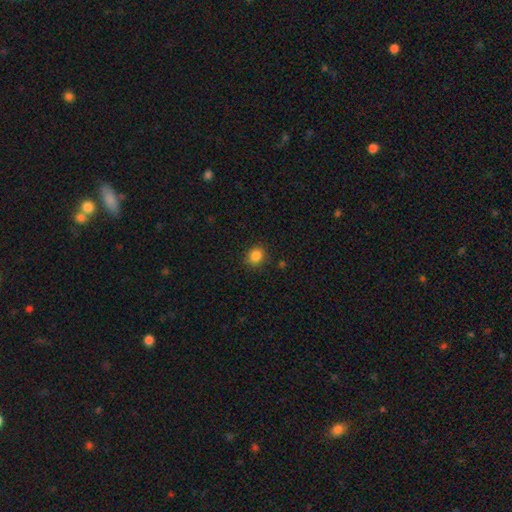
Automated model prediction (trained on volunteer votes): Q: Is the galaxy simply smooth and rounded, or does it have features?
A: smooth — 86%.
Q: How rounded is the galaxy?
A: round — 67%.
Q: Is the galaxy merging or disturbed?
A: none — 86%.